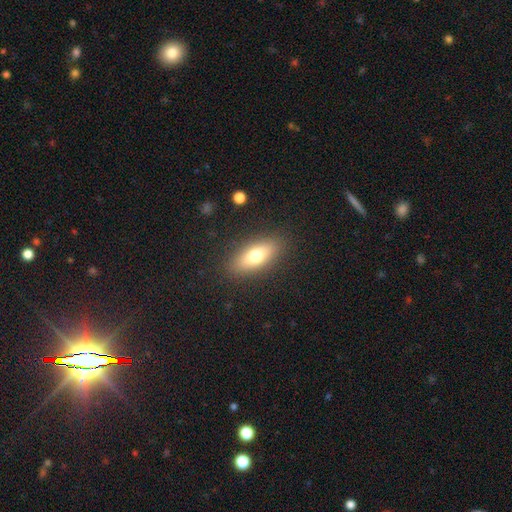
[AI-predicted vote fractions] The model was most divided on "smooth or featured": smooth: 69%, featured or disk: 22%, star or artifact: 8%. More confident: merging — none (87%); how rounded — in between (73%).